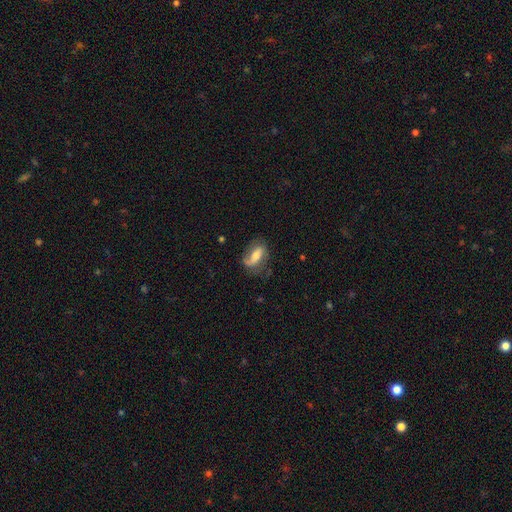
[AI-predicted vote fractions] smooth-or-featured: featured or disk: 53% | smooth: 39% | star or artifact: 8%
  disk-edge-on: no: 90% | yes: 10%
  merging: none: 58% | minor disturbance: 25% | major disturbance: 15% | merger: 2%